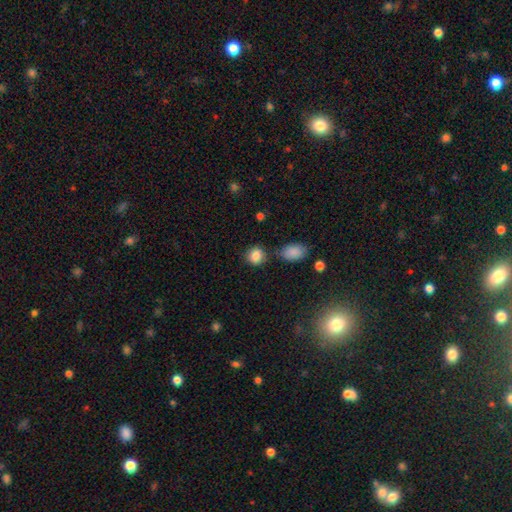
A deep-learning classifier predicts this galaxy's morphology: This appears to be a smooth galaxy with no disk features (85%) that is round (72%). Merging: none (71%).